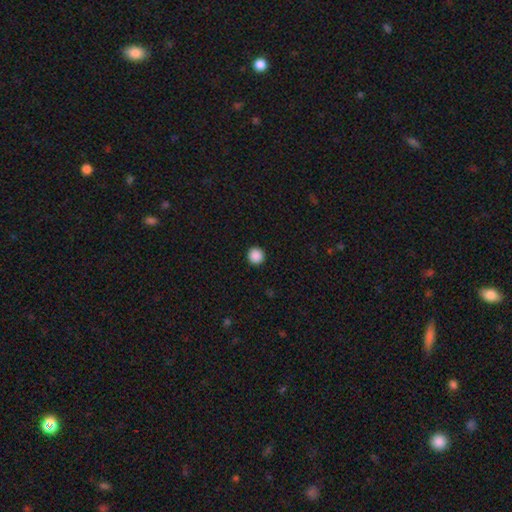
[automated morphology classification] smooth-or-featured: smooth: 88% | star or artifact: 9% | featured or disk: 2%
  how-rounded: round: 96% | in between: 3% | cigar-shaped: 1%
  merging: none: 94% | minor disturbance: 4% | major disturbance: 2% | merger: 1%